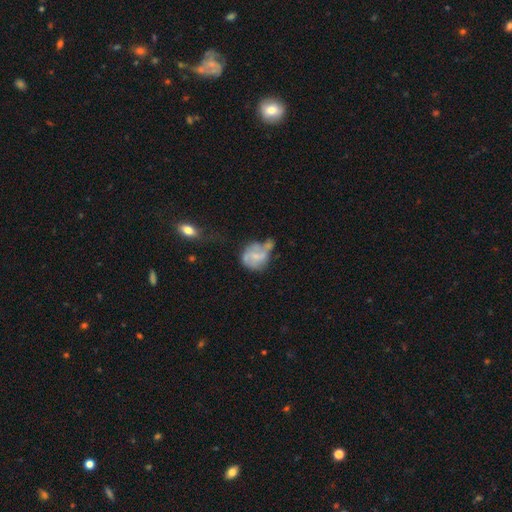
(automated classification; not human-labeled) Overall: smooth (47%; featured or disk 44%). Merging: none (26%; merger 25%).